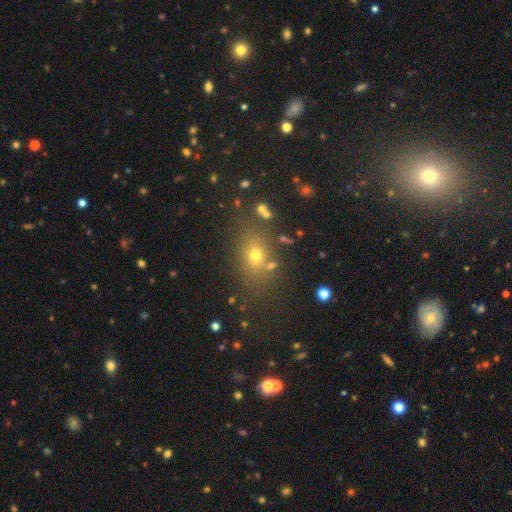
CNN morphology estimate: Smooth or featured: smooth — 62% (star or artifact — 25%)
How rounded: in between — 59% (round — 37%)
Merging: none — 77% (minor disturbance — 12%)